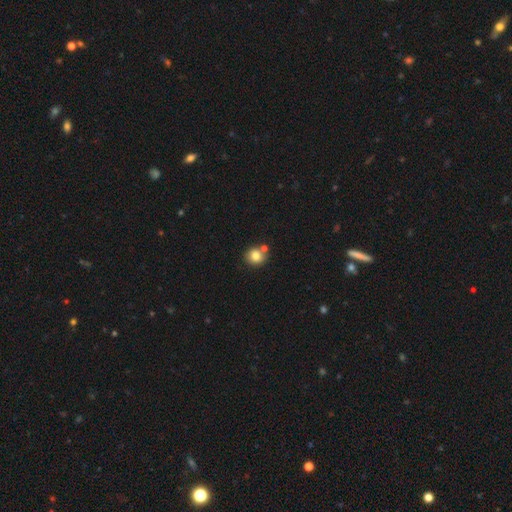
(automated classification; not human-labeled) Smooth or featured? Predicted: smooth (p=0.81). How rounded? Predicted: round (p=0.80). Merging? Predicted: none (p=0.64).